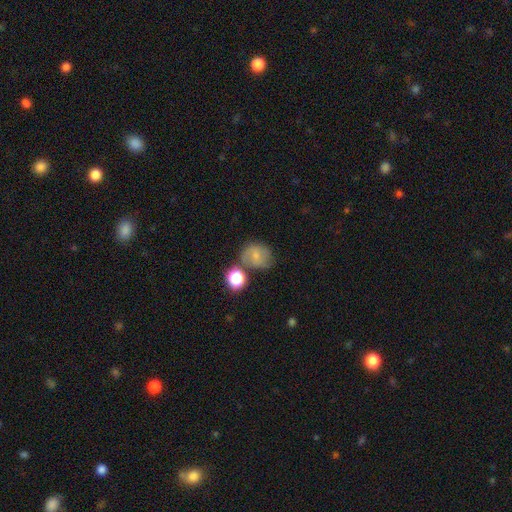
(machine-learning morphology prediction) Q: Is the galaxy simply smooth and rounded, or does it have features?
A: smooth — 59%.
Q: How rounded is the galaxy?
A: round — 70%.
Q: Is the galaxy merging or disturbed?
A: none — 54%.